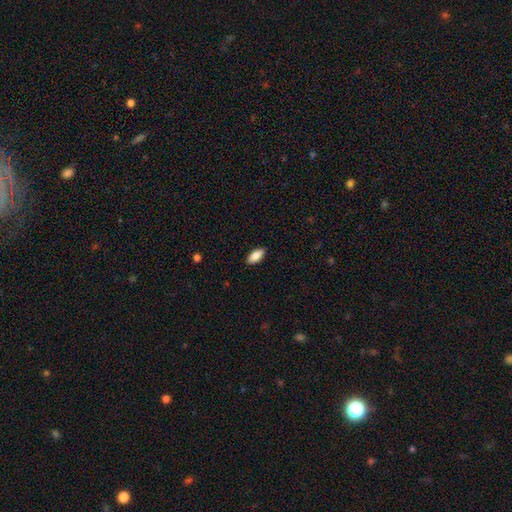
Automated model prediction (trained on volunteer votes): smooth-or-featured: smooth: 88% | star or artifact: 6% | featured or disk: 6%
  how-rounded: in between: 88% | cigar-shaped: 10% | round: 2%
  merging: none: 89% | minor disturbance: 8% | major disturbance: 2% | merger: 1%